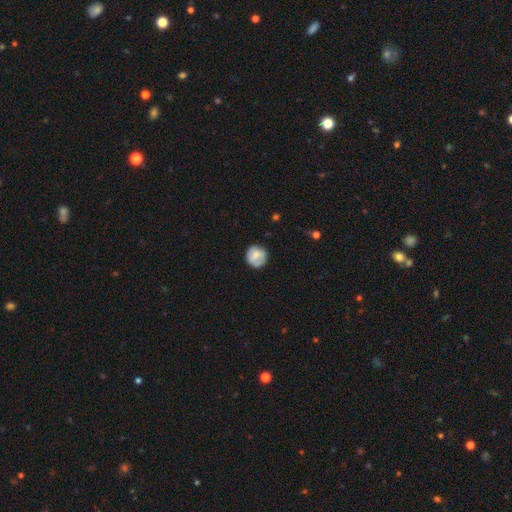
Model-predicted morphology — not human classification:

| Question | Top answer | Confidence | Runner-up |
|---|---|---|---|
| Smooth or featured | smooth | 73% | featured or disk (19%) |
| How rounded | round | 89% | in between (10%) |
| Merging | none | 76% | minor disturbance (17%) |